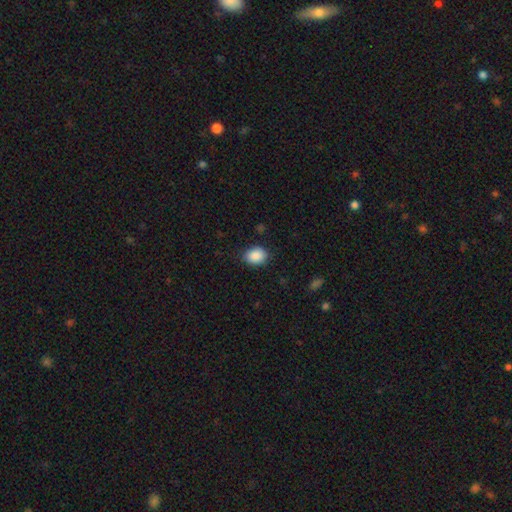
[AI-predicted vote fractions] Smooth or featured: smooth — 88% (star or artifact — 8%)
How rounded: in between — 68% (round — 31%)
Merging: none — 84% (minor disturbance — 12%)